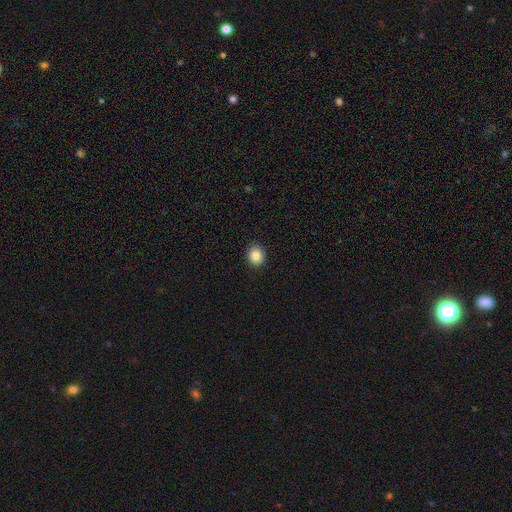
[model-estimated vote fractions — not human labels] This is clearly a smooth galaxy (86%). How rounded: likely round (69%). Merging: clearly none (90%).